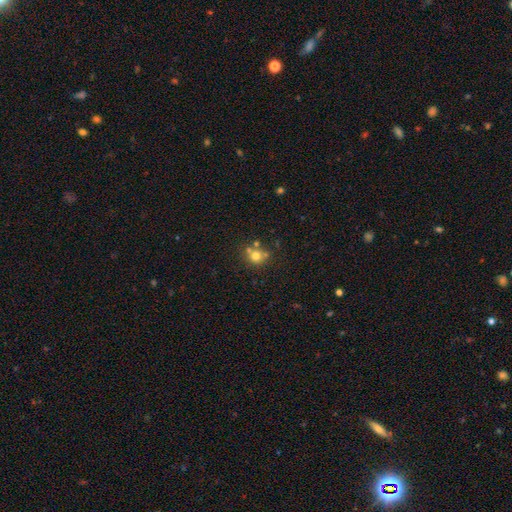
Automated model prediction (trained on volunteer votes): Smooth or featured? smooth (71%)
How rounded? round (82%)
Merging? none (57%)